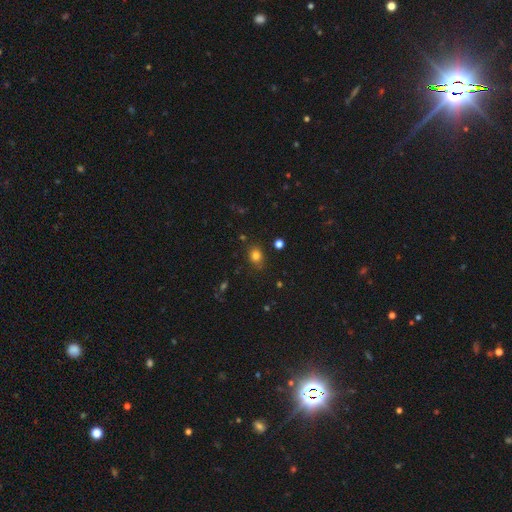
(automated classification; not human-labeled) smooth-or-featured: smooth: 79% | star or artifact: 15% | featured or disk: 6%
  how-rounded: round: 60% | in between: 39% | cigar-shaped: 1%
  merging: none: 80% | minor disturbance: 14% | major disturbance: 4% | merger: 3%